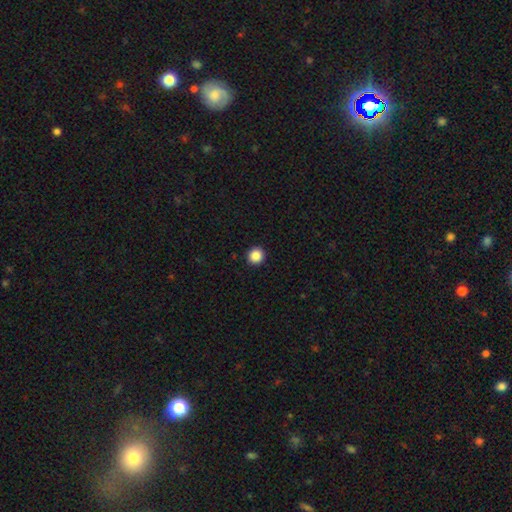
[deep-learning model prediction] Smooth or featured?
  - smooth: 88% *
  - star or artifact: 10%
  - featured or disk: 3%
How rounded?
  - round: 95% *
  - in between: 4%
  - cigar-shaped: 1%
Merging?
  - none: 93% *
  - minor disturbance: 4%
  - major disturbance: 1%
  - merger: 1%